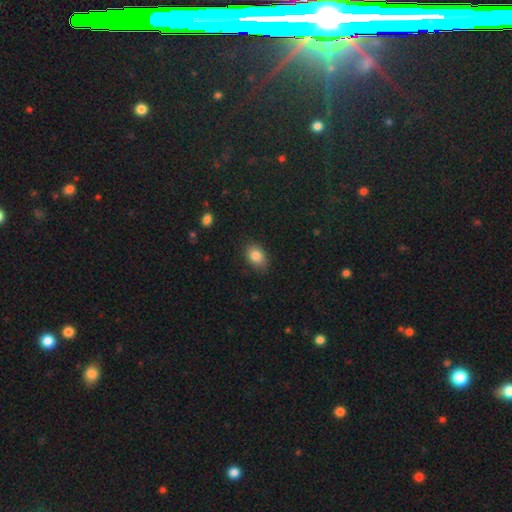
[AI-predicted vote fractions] The model was most divided on "how rounded": in between: 80%, round: 18%, cigar-shaped: 1%. More confident: smooth or featured — smooth (84%); merging — none (84%).